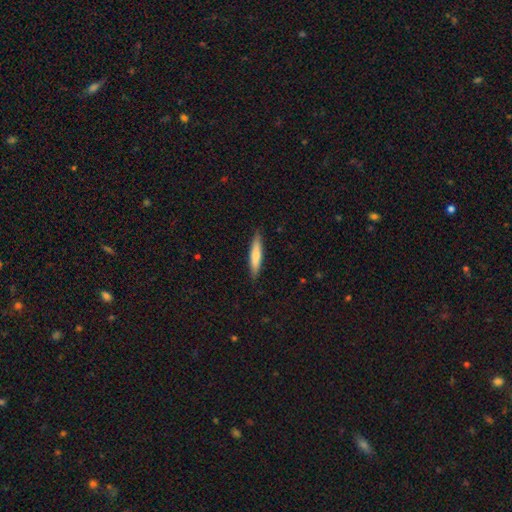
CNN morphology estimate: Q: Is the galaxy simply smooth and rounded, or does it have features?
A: smooth — 68%.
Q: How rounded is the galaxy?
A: cigar-shaped — 89%.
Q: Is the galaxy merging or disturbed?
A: none — 89%.